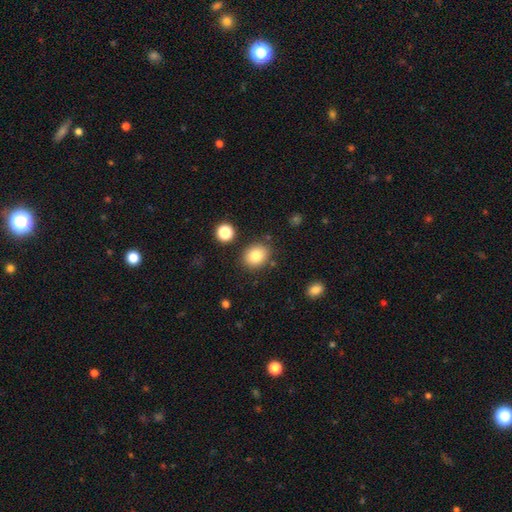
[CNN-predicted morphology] A smooth galaxy with no disk features (82%) that is round (54%).

Vote fractions:
- Smooth or featured? smooth: 82% / star or artifact: 10% / featured or disk: 8%
- How rounded? round: 54% / in between: 45% / cigar-shaped: 1%
- Merging? none: 83% / minor disturbance: 10% / merger: 4% / major disturbance: 3%